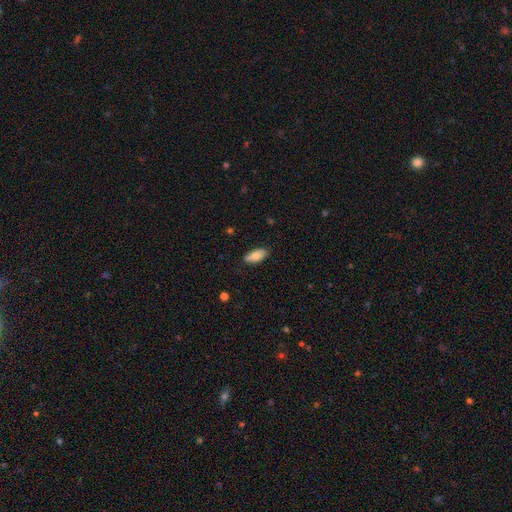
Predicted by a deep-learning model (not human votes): Smooth or featured?
  - smooth: 76% *
  - featured or disk: 17%
  - star or artifact: 6%
How rounded?
  - in between: 89% *
  - cigar-shaped: 9%
  - round: 2%
Merging?
  - none: 85% *
  - minor disturbance: 12%
  - major disturbance: 2%
  - merger: 1%